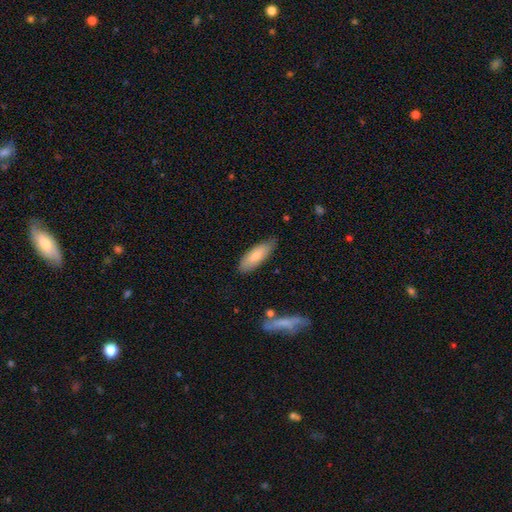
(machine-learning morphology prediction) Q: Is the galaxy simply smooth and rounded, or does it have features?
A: smooth — 78%.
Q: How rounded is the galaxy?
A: in between — 72%.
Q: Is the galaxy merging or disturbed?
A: none — 78%.